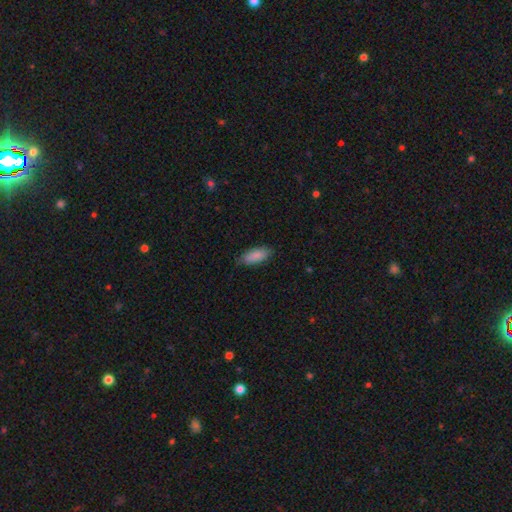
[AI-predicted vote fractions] Overall: smooth (88%). How rounded: in between (82%). Merging: none (83%).